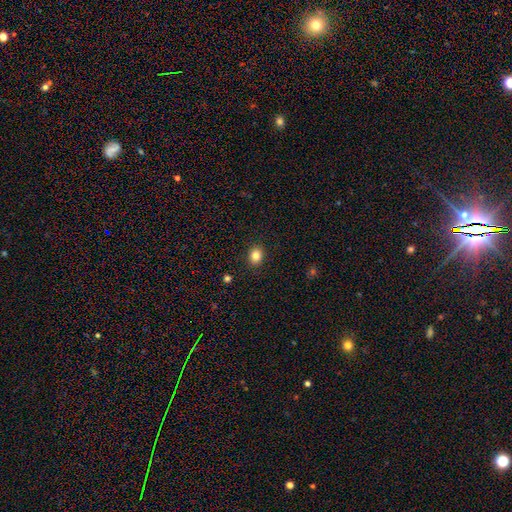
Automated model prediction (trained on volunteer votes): smooth-or-featured: smooth: 83% | star or artifact: 11% | featured or disk: 6%
  how-rounded: round: 58% | in between: 42% | cigar-shaped: 1%
  merging: none: 91% | minor disturbance: 7% | major disturbance: 2% | merger: 1%